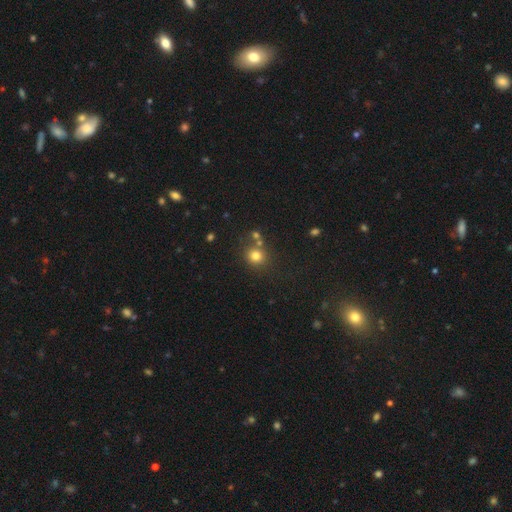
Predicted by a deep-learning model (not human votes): Morphology: type=smooth (78%); roundness=round (86%); merging=none (70%).